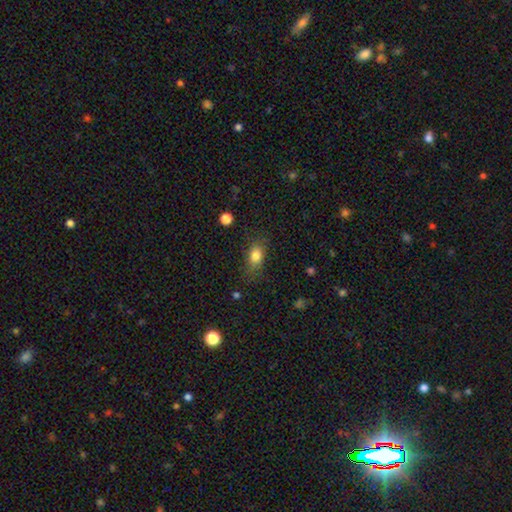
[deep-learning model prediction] Smooth or featured? smooth (81%)
How rounded? in between (77%)
Merging? none (72%)